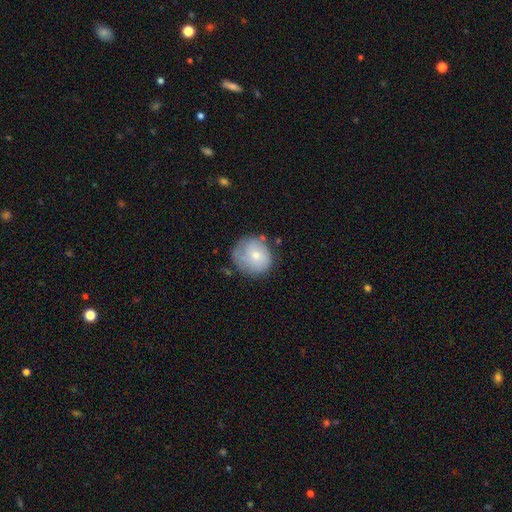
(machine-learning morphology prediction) type=smooth (64%); roundness=round (86%); merging=none (64%).